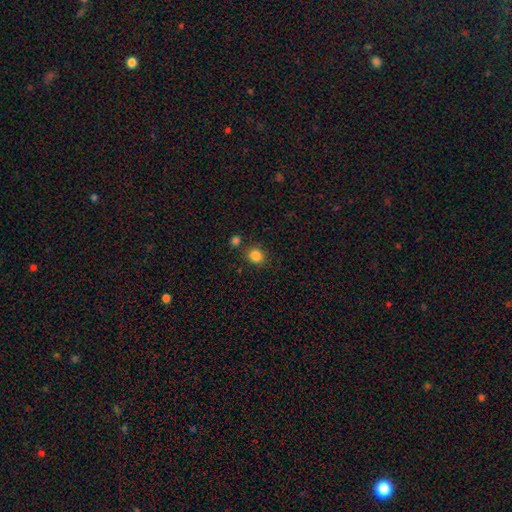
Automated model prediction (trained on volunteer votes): smooth-or-featured: smooth: 85% | star or artifact: 11% | featured or disk: 4%
  how-rounded: round: 79% | in between: 21% | cigar-shaped: 1%
  merging: none: 80% | minor disturbance: 9% | merger: 8% | major disturbance: 3%